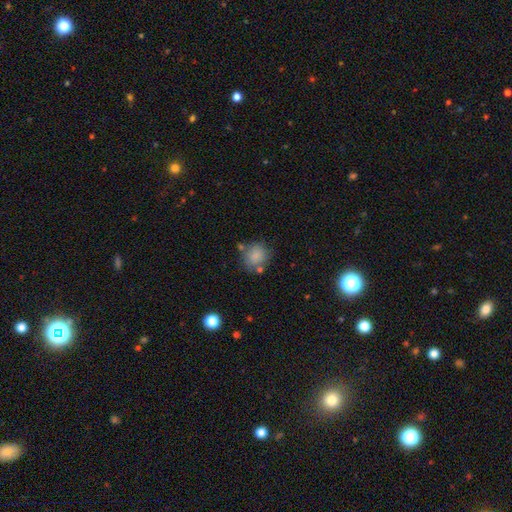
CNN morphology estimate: type=smooth (83%); roundness=round (77%); merging=none (64%).